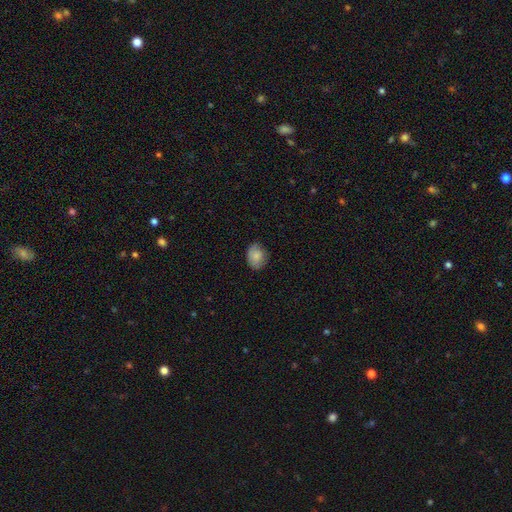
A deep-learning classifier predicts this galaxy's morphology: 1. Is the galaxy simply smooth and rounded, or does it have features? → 79% smooth, 13% featured or disk, 8% star or artifact.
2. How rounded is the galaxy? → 50% round, 49% in between, 1% cigar-shaped.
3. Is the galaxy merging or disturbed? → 74% none, 21% minor disturbance, 4% major disturbance, 1% merger.